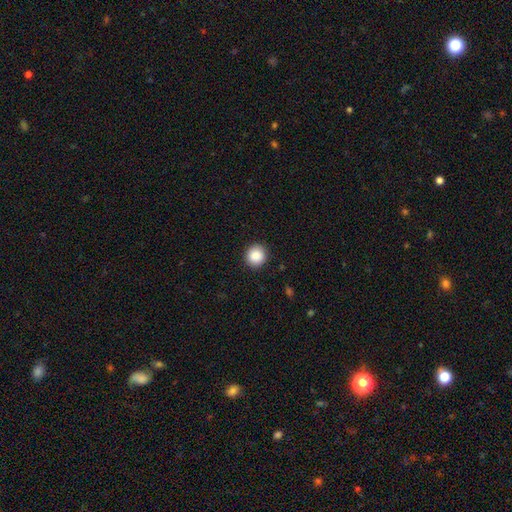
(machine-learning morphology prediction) Smooth or featured: smooth — 88% (star or artifact — 9%)
How rounded: round — 92% (in between — 7%)
Merging: none — 91% (minor disturbance — 6%)